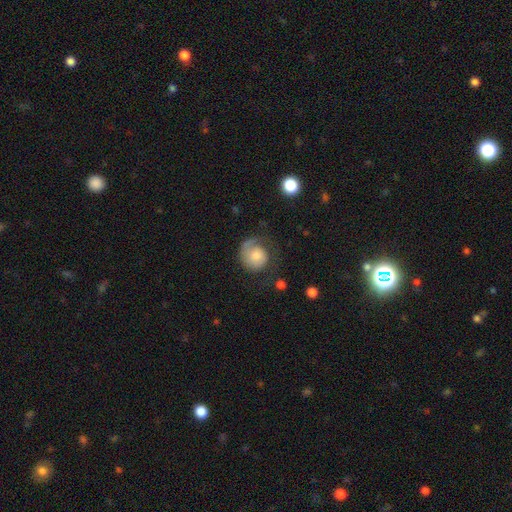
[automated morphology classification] smooth_or_featured: smooth (p=0.50) [alt: featured or disk p=0.43]
merging: none (p=0.50) [alt: major disturbance p=0.26]